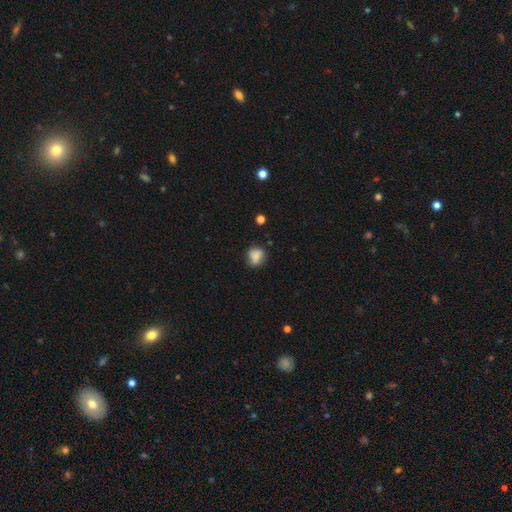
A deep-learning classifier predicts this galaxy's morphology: Smooth or featured: smooth — 74% (featured or disk — 16%)
How rounded: round — 59% (in between — 39%)
Merging: none — 57% (minor disturbance — 27%)